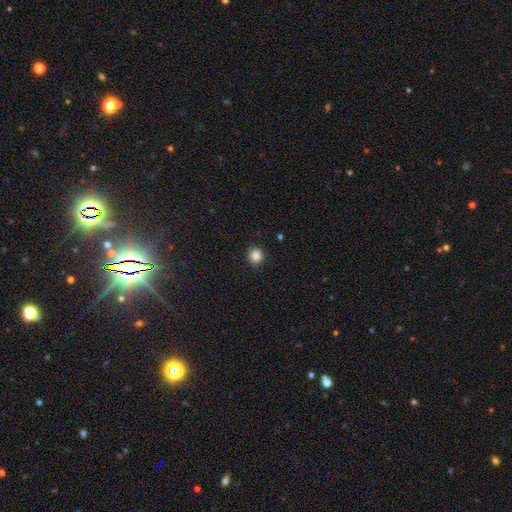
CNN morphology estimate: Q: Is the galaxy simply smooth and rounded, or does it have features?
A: smooth — 85%.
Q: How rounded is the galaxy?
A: round — 91%.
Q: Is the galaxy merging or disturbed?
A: none — 92%.